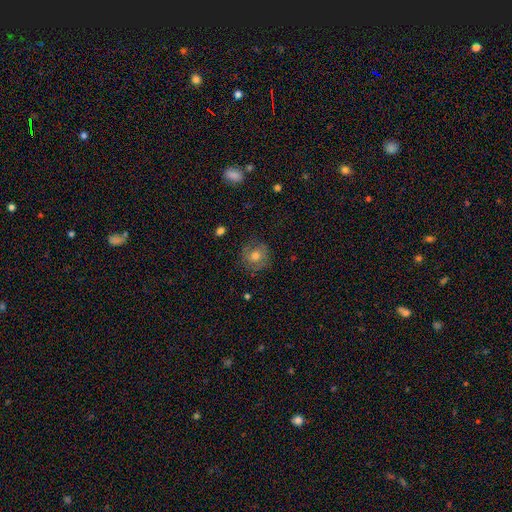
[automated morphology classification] Smooth or featured? smooth (51%)
How rounded? round (87%)
Merging? none (79%)